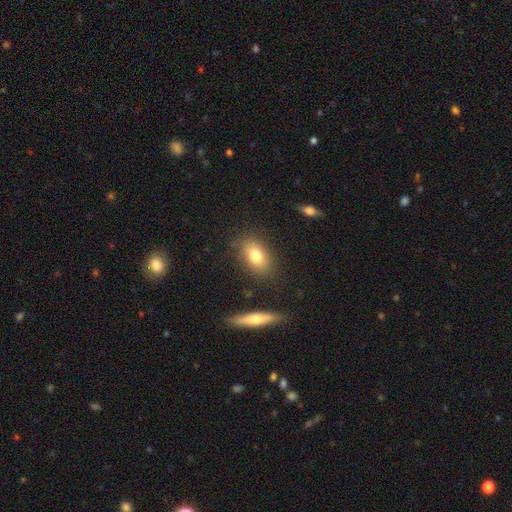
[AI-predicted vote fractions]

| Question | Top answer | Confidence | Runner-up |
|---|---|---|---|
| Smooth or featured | smooth | 78% | featured or disk (13%) |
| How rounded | in between | 84% | round (13%) |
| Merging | none | 82% | minor disturbance (12%) |